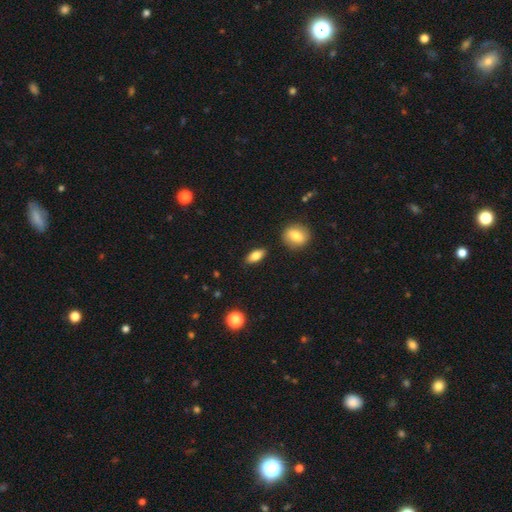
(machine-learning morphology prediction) A smooth galaxy with no disk features (80%) that is in between round and cigar-shaped (83%).

Vote fractions:
- Smooth or featured? smooth: 80% / featured or disk: 13% / star or artifact: 7%
- How rounded? in between: 83% / cigar-shaped: 13% / round: 4%
- Merging? none: 86% / minor disturbance: 9% / merger: 3% / major disturbance: 2%